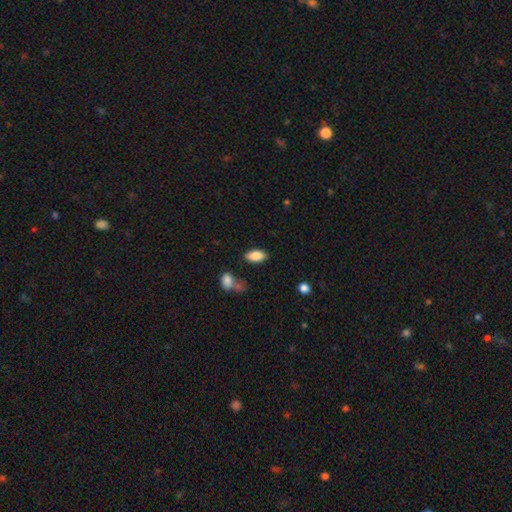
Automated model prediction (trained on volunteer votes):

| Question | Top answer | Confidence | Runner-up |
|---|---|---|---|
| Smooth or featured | smooth | 87% | star or artifact (7%) |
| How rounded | in between | 92% | cigar-shaped (5%) |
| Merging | none | 81% | minor disturbance (12%) |